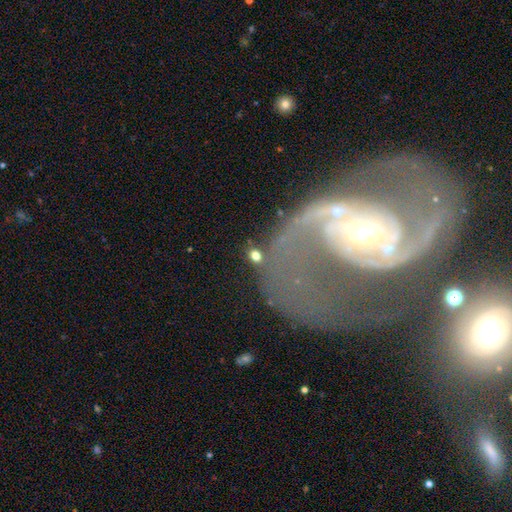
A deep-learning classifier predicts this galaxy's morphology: Q: Smooth or featured?
A: smooth (71%); runner-up: star or artifact (16%)
Q: How rounded?
A: in between (58%); runner-up: round (37%)
Q: Merging?
A: none (73%); runner-up: minor disturbance (12%)